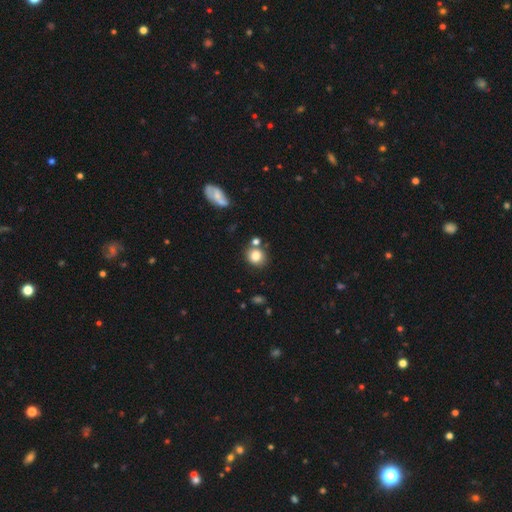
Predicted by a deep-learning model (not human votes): A smooth galaxy with no disk features (81%) that is round (80%).

Vote fractions:
- Smooth or featured? smooth: 81% / star or artifact: 11% / featured or disk: 8%
- How rounded? round: 80% / in between: 19% / cigar-shaped: 1%
- Merging? none: 69% / merger: 16% / minor disturbance: 12% / major disturbance: 4%